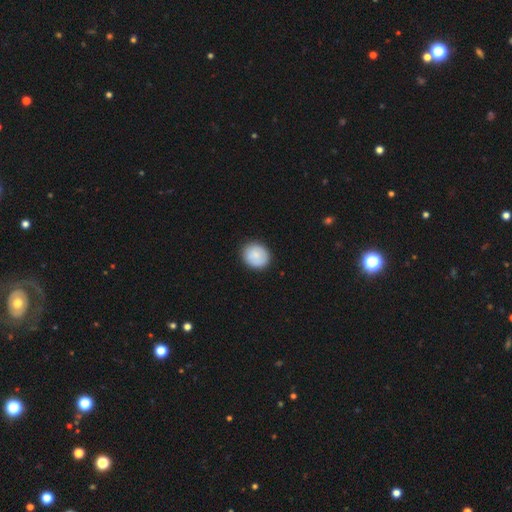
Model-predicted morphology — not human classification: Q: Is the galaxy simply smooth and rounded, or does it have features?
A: smooth — 83%.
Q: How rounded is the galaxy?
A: round — 76%.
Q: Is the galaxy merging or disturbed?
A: none — 88%.